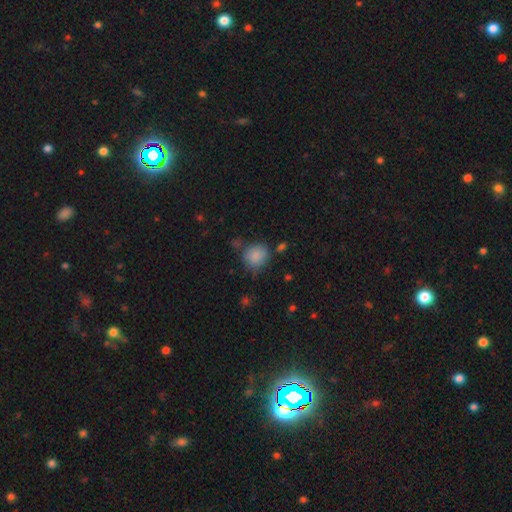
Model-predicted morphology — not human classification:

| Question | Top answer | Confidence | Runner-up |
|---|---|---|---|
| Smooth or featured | smooth | 84% | star or artifact (9%) |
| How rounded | round | 78% | in between (21%) |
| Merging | none | 61% | minor disturbance (25%) |